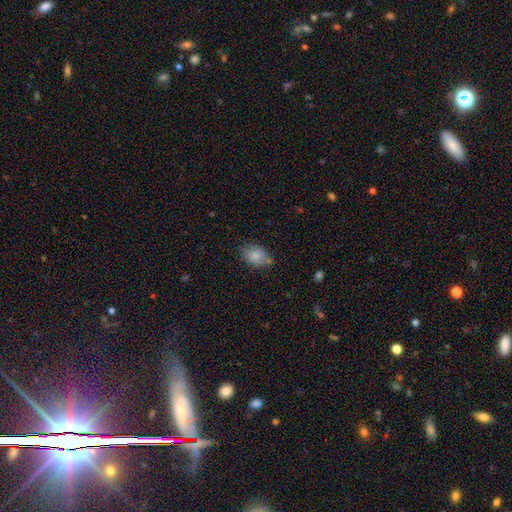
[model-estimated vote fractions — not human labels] This appears to be a smooth galaxy with no disk features (85%) that is in between round and cigar-shaped (75%). Merging: none (68%).